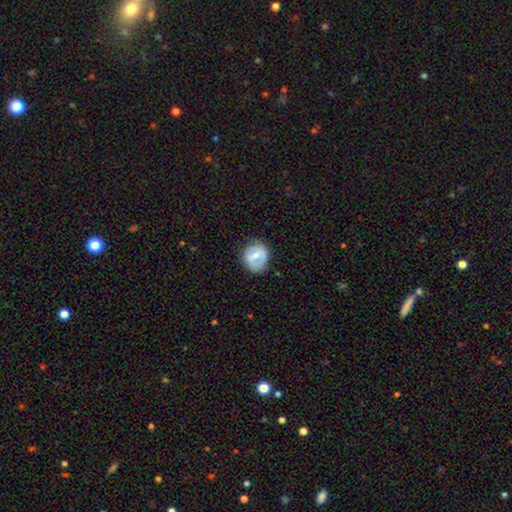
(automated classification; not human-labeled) This is possibly a smooth galaxy (54%). How rounded: clearly round (82%). Merging: likely none (76%).